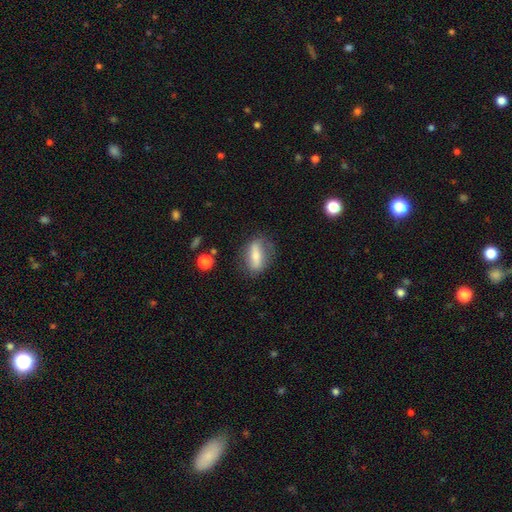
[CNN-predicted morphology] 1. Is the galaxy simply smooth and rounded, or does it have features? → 58% smooth, 34% featured or disk, 7% star or artifact.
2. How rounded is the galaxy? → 63% in between, 29% cigar-shaped, 8% round.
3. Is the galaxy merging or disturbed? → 74% none, 17% minor disturbance, 7% major disturbance, 2% merger.